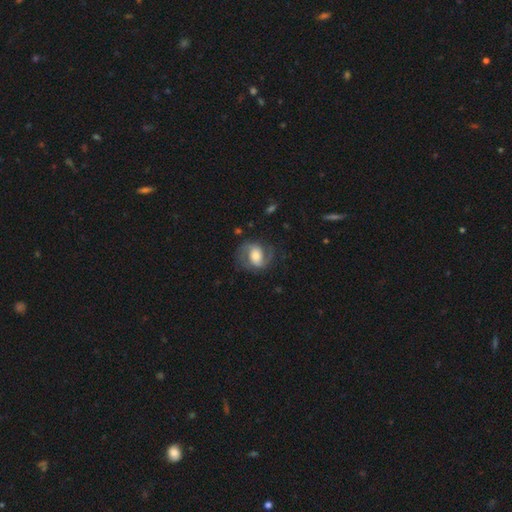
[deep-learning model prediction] A featured or disk galaxy (77%) with no bar (41%), 2 (90%) medium (55%) spiral arms (93%) and a moderate central bulge (47%). Merging: none (74%).